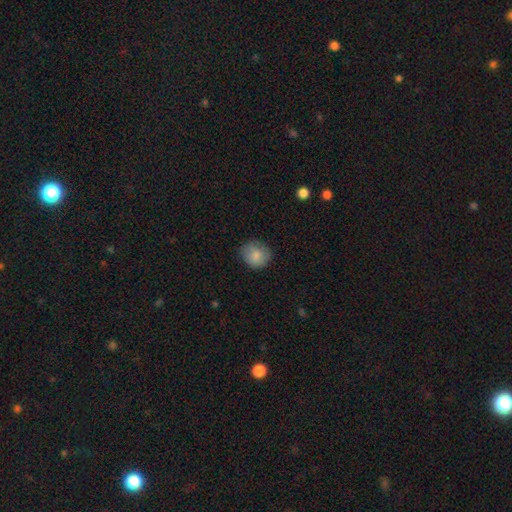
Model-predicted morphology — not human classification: smooth 84%, featured or disk 9%, star or artifact 8%. Down the decision tree: how rounded — round (80%); merging — none (79%).